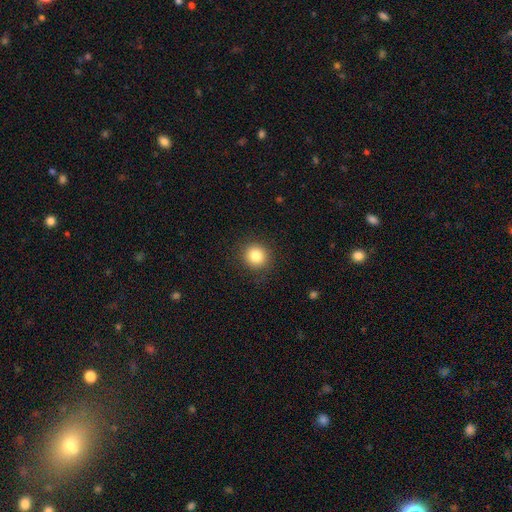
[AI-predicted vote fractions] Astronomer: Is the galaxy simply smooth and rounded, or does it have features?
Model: smooth — 83%.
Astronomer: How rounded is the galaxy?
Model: round — 90%.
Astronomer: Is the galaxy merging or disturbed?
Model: none — 89%.